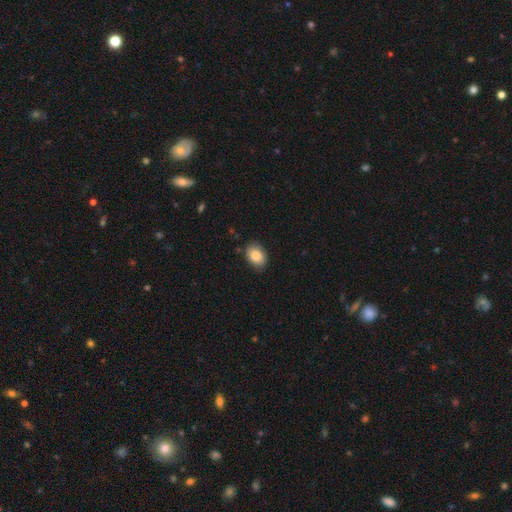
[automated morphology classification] type=smooth (84%); roundness=in between (78%); merging=none (87%).